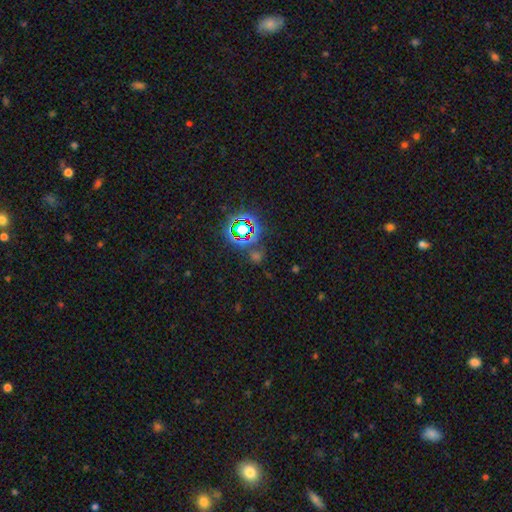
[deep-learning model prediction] star or artifact 69%, smooth 22%, featured or disk 9%.